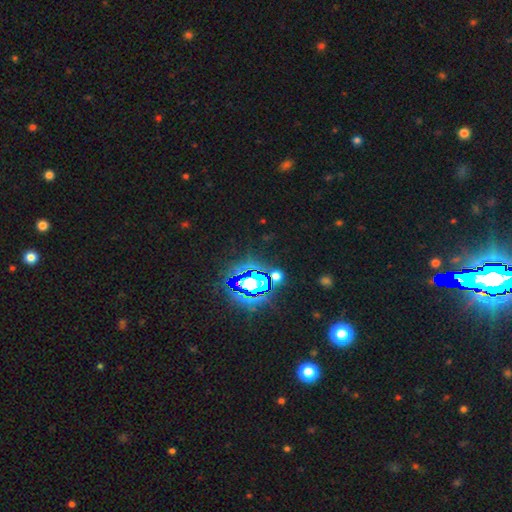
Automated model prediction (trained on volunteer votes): This appears to be a star or artifact, not a galaxy (82%).